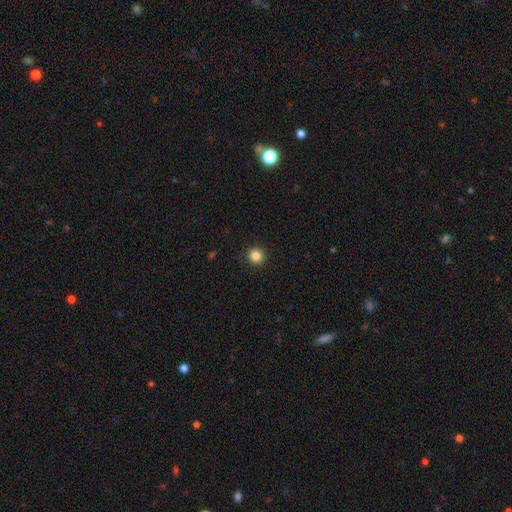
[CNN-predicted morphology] Smooth or featured: smooth — 85% (star or artifact — 11%)
How rounded: round — 94% (in between — 5%)
Merging: none — 92% (minor disturbance — 5%)